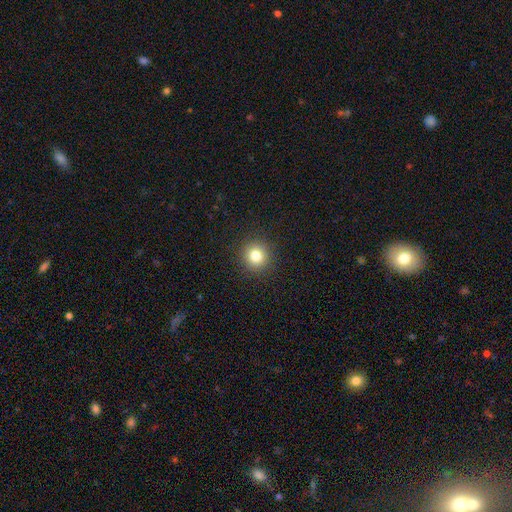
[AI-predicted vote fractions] Morphology: type=smooth (81%); roundness=round (93%); merging=none (92%).